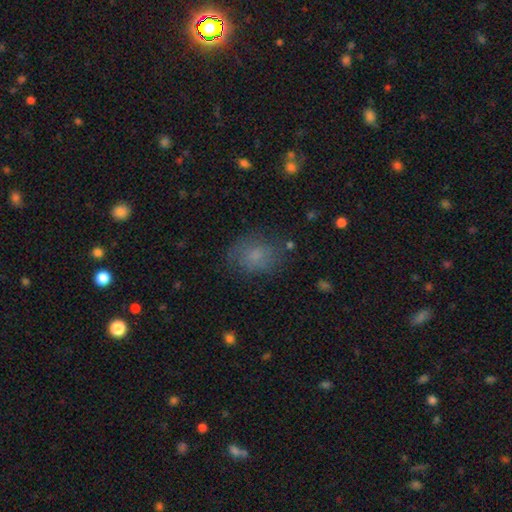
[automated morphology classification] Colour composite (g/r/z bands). It shows a smooth galaxy with no disk features (68%) that is in between round and cigar-shaped (58%). Merging: none (71%).